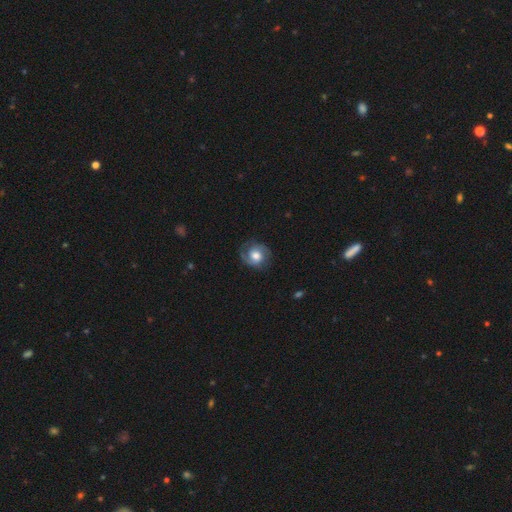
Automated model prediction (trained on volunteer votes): This is possibly a featured or disk galaxy (59%). It is clearly not viewed edge-on (97%). Bar: likely no (67%). Spiral arm pattern: clearly yes (86%). Spiral arm count: likely 2 (76%). Spiral winding: marginally tight (43%). Central bulge: possibly moderate (52%). Merging: likely none (75%).